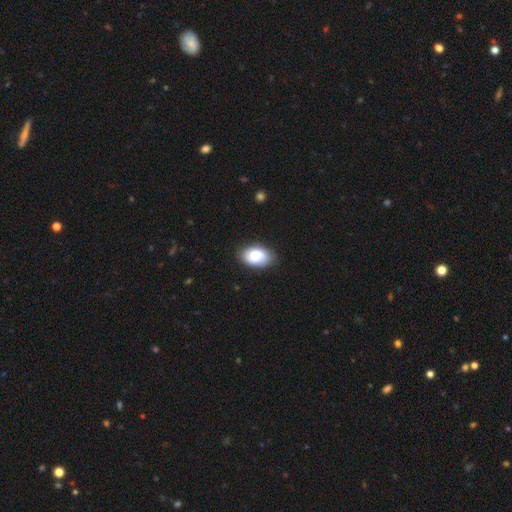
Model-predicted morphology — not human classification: Overall: smooth (79%). How rounded: in between (91%). Merging: none (81%).